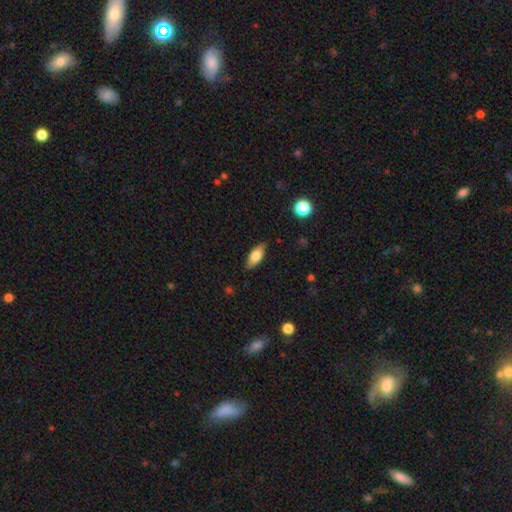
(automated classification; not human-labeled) A smooth galaxy with no disk features (72%) that is in between round and cigar-shaped (78%).

Vote fractions:
- Smooth or featured? smooth: 72% / featured or disk: 21% / star or artifact: 7%
- How rounded? in between: 78% / cigar-shaped: 19% / round: 3%
- Merging? none: 86% / minor disturbance: 11% / major disturbance: 2% / merger: 1%